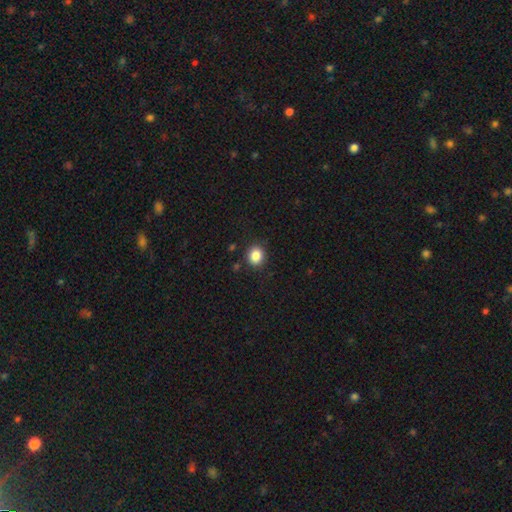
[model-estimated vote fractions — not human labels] A smooth galaxy with no disk features (85%) that is round (75%).

Vote fractions:
- Smooth or featured? smooth: 85% / star or artifact: 10% / featured or disk: 4%
- How rounded? round: 75% / in between: 24% / cigar-shaped: 1%
- Merging? none: 88% / minor disturbance: 8% / major disturbance: 2% / merger: 2%